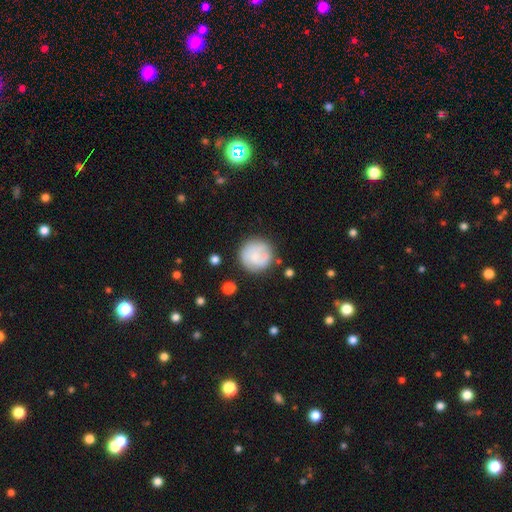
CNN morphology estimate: smooth-or-featured: smooth: 63% | featured or disk: 30% | star or artifact: 7%
  how-rounded: round: 93% | in between: 6% | cigar-shaped: 1%
  merging: none: 72% | minor disturbance: 16% | major disturbance: 7% | merger: 5%